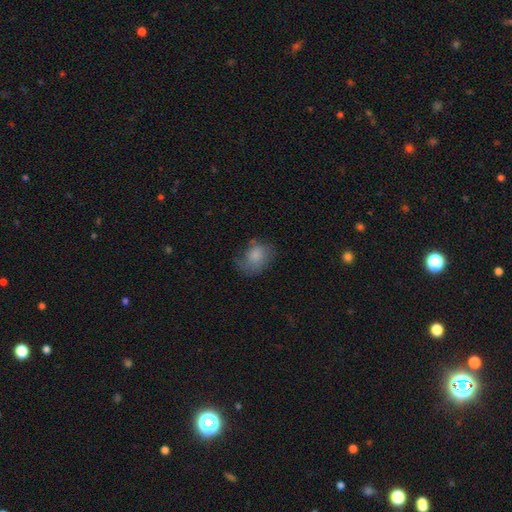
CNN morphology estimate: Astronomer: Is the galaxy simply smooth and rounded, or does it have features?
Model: smooth — 70%.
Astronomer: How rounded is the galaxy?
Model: in between — 65%.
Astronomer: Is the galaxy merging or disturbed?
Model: none — 45% (runner-up: minor disturbance, 31%).